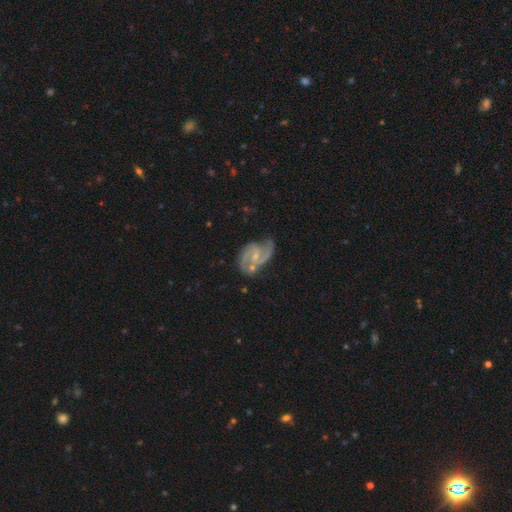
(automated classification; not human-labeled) smooth-or-featured: featured or disk: 91% | smooth: 5% | star or artifact: 5%
  disk-edge-on: no: 98% | yes: 2%
    bar: weak: 48% | no: 39% | strong: 14%
    has-spiral-arms: yes: 98% | no: 2%
      spiral-winding: medium: 60% | tight: 23% | loose: 17%
      spiral-arm-count: 2: 88% | 3: 5% | can't tell: 3% | 1: 2% | 4: 1% | more than 4: 1%
    bulge-size: small: 64% | moderate: 25% | none: 8% | large: 1% | dominant: 1%
  merging: none: 65% | minor disturbance: 21% | major disturbance: 8% | merger: 6%